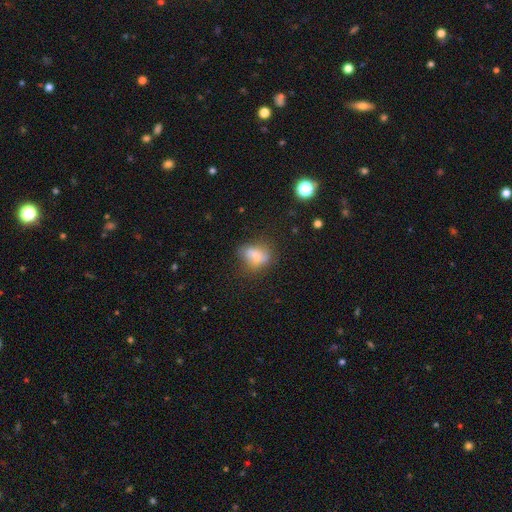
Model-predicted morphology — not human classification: smooth-or-featured: smooth: 73% | featured or disk: 17% | star or artifact: 10%
  how-rounded: in between: 76% | round: 21% | cigar-shaped: 3%
  merging: none: 47% | minor disturbance: 30% | major disturbance: 17% | merger: 5%